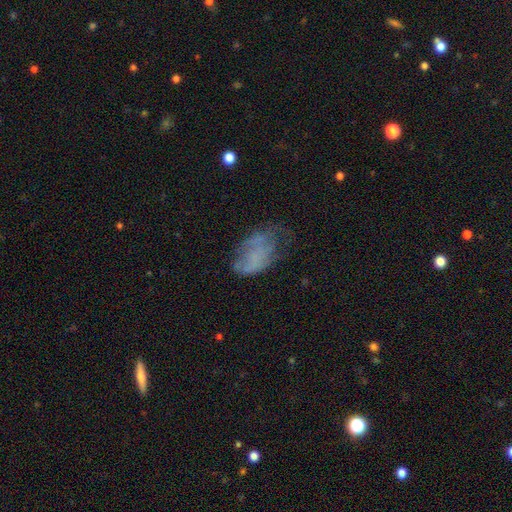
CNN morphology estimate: Smooth or featured? Predicted: smooth (p=0.47). Merging? Predicted: none (p=0.38).